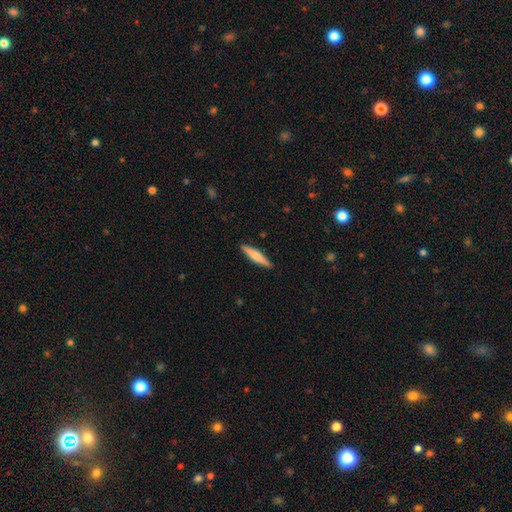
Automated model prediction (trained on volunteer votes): This is likely a smooth galaxy (68%). How rounded: clearly cigar-shaped (88%). Merging: clearly none (91%).